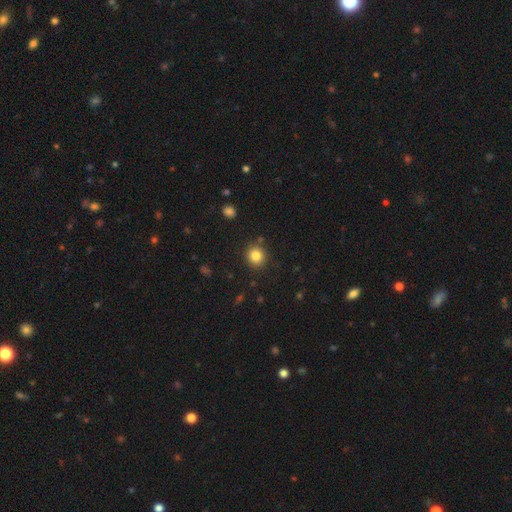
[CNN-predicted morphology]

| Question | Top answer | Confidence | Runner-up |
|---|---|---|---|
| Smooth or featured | smooth | 82% | star or artifact (11%) |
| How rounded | round | 88% | in between (11%) |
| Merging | none | 86% | minor disturbance (8%) |